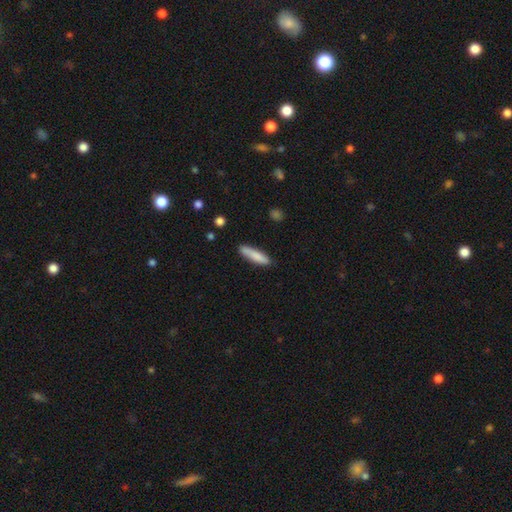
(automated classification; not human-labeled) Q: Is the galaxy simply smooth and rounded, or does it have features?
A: smooth — 82%.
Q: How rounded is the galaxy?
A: cigar-shaped — 79%.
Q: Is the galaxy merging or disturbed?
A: none — 79%.